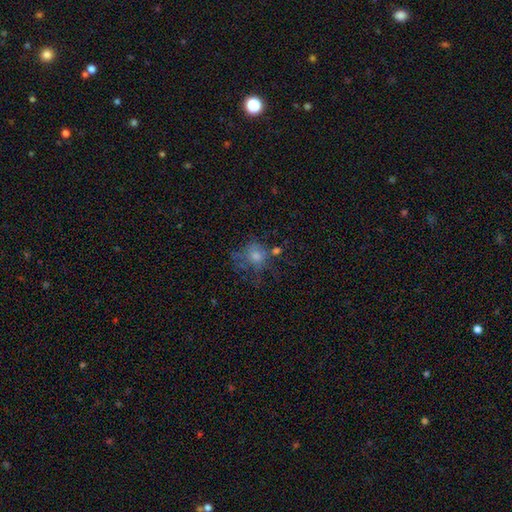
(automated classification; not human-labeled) A smooth galaxy with no disk features (48%).

Vote fractions:
- Smooth or featured? smooth: 48% / featured or disk: 31% / star or artifact: 21%
- Merging? none: 49% / major disturbance: 24% / minor disturbance: 21% / merger: 7%